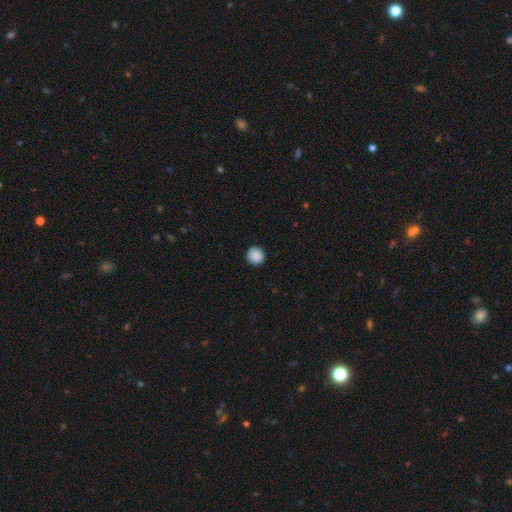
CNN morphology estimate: smooth-or-featured: smooth: 89% | star or artifact: 8% | featured or disk: 2%
  how-rounded: round: 92% | in between: 7% | cigar-shaped: 1%
  merging: none: 91% | minor disturbance: 6% | major disturbance: 2% | merger: 1%